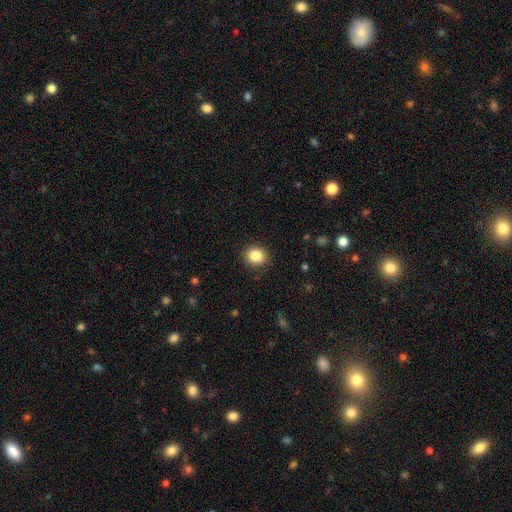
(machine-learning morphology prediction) This is clearly a smooth galaxy (85%). How rounded: likely round (72%). Merging: clearly none (88%).